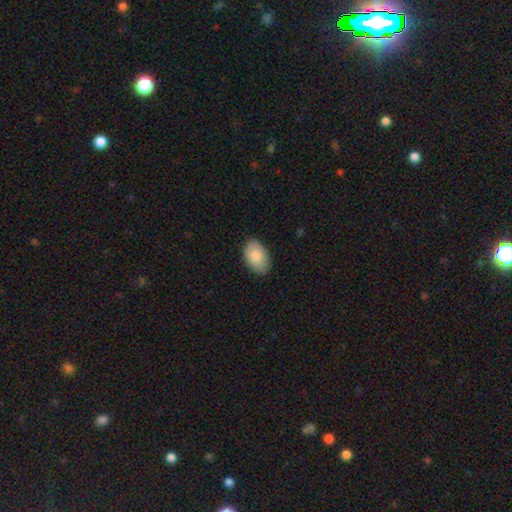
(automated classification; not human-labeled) Overall: smooth (85%). How rounded: in between (92%). Merging: none (82%).